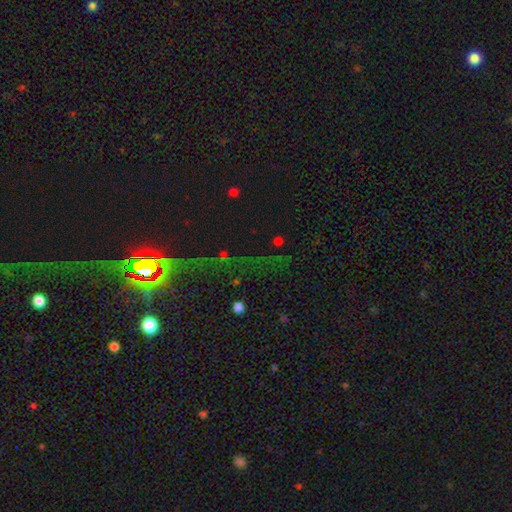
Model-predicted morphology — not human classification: Smooth or featured? star or artifact (79%)